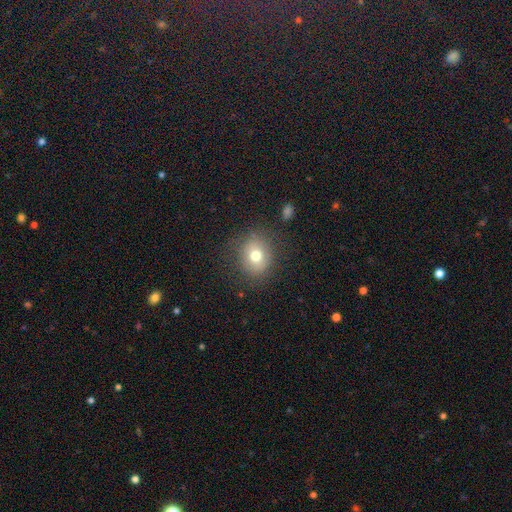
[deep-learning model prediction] This appears to be a smooth galaxy with no disk features (72%) that is round (73%). Merging: none (81%).